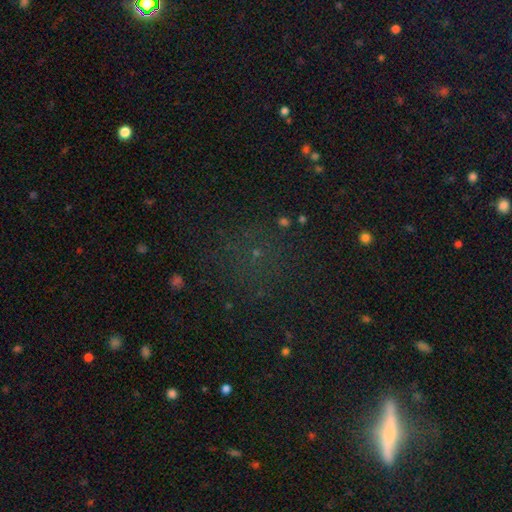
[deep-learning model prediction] smooth_or_featured: star or artifact (p=0.49) [alt: smooth p=0.35]